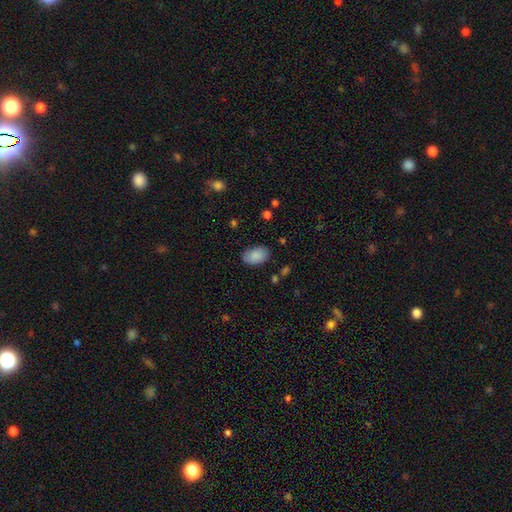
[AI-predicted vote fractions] Overall: smooth (88%). How rounded: in between (91%). Merging: none (82%).